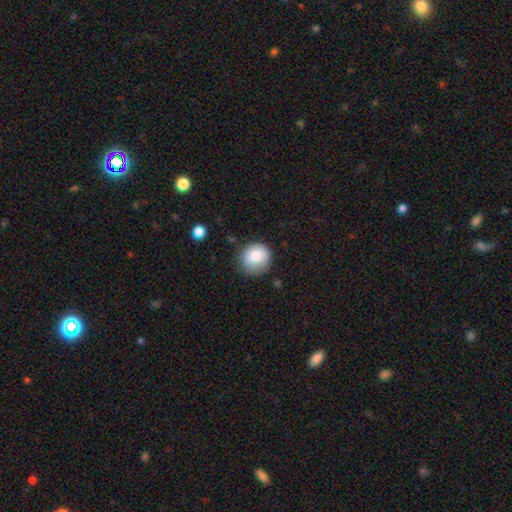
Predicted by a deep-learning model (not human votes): smooth 83%, featured or disk 8%, star or artifact 8%. Down the decision tree: how rounded — round (87%); merging — none (76%).